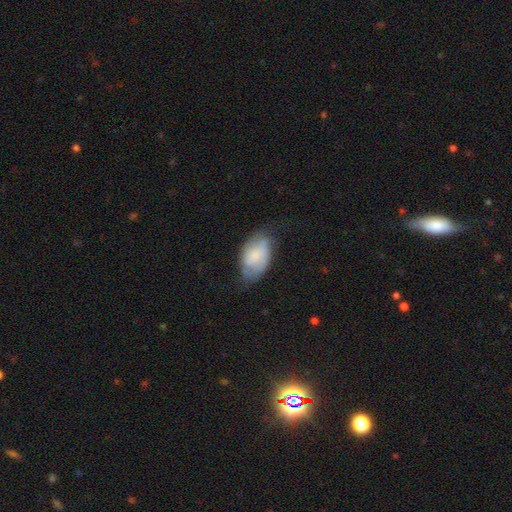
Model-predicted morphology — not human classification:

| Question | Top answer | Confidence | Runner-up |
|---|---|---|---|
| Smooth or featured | smooth | 53% | featured or disk (40%) |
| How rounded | in between | 92% | round (6%) |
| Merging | none | 49% | minor disturbance (35%) |